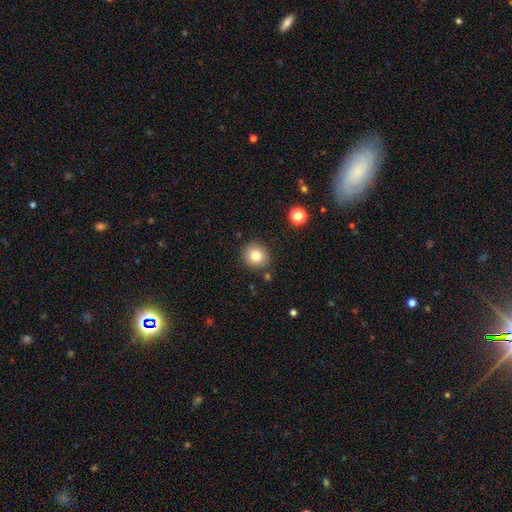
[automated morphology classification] smooth_or_featured: smooth (p=0.81) [alt: star or artifact p=0.10]
how_rounded: round (p=0.86) [alt: in between p=0.13]
merging: none (p=0.87) [alt: minor disturbance p=0.08]